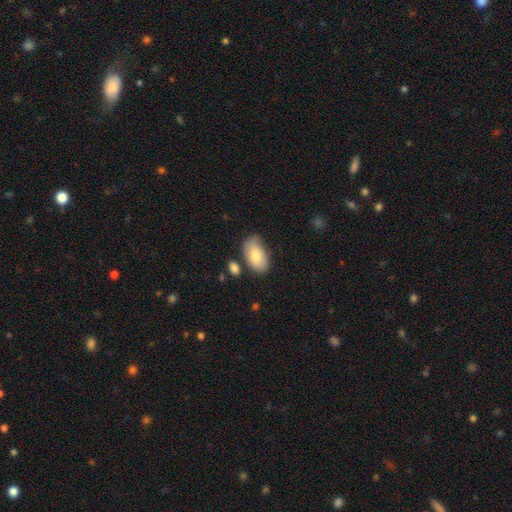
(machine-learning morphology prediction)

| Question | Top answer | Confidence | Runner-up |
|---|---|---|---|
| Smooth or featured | smooth | 79% | featured or disk (15%) |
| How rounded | in between | 95% | round (4%) |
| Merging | none | 68% | minor disturbance (21%) |